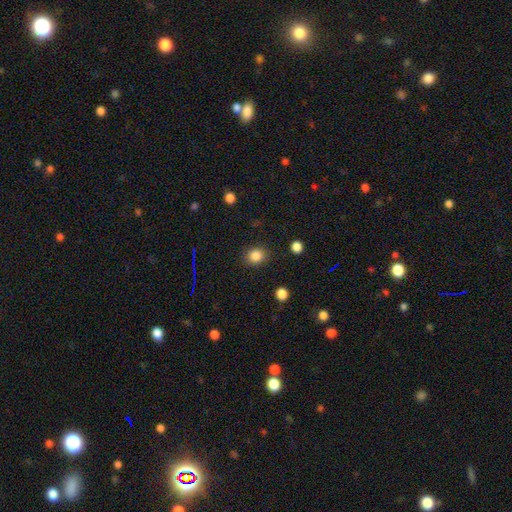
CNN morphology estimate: This appears to be a smooth galaxy with no disk features (85%) that is round (70%). Merging: none (87%).